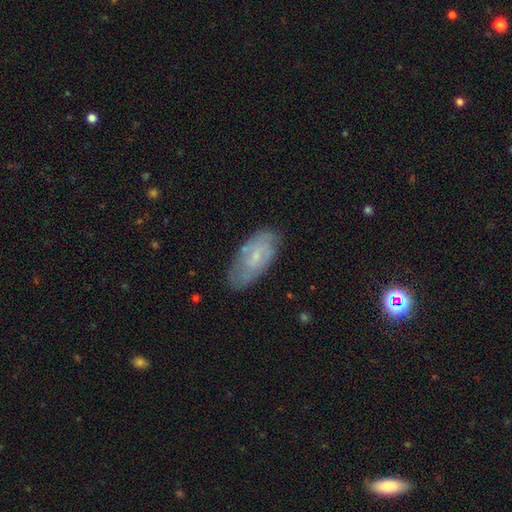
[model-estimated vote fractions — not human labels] A featured or disk galaxy (51%).

Vote fractions:
- Smooth or featured? featured or disk: 51% / smooth: 42% / star or artifact: 7%
- Edge-on disk? no: 90% / yes: 10%
- Merging? none: 72% / minor disturbance: 20% / major disturbance: 5% / merger: 2%